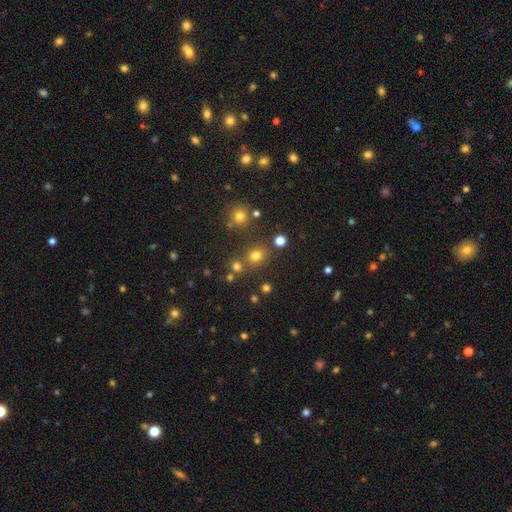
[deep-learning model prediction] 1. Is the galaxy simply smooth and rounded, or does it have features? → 71% smooth, 22% star or artifact, 7% featured or disk.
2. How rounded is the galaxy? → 75% round, 24% in between, 1% cigar-shaped.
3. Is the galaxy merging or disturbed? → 76% none, 11% merger, 9% minor disturbance, 4% major disturbance.